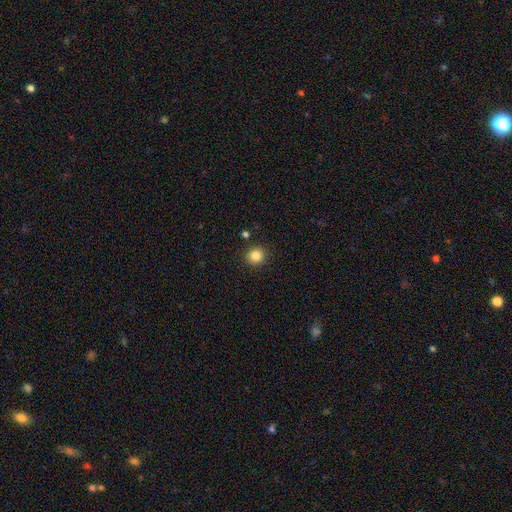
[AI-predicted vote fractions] smooth 84%, star or artifact 11%, featured or disk 5%. Down the decision tree: how rounded — round (92%); merging — none (90%).